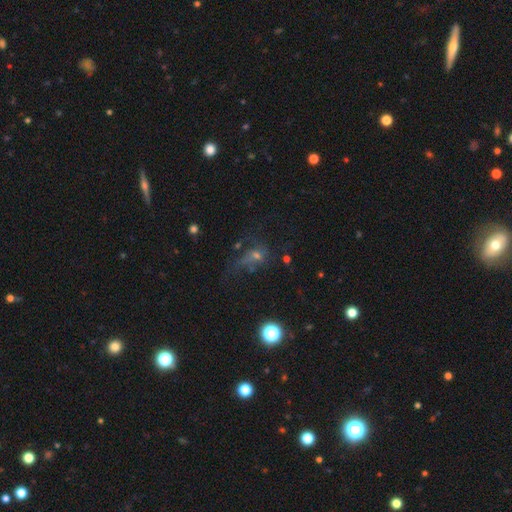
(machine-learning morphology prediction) This appears to be a smooth galaxy with no disk features (36%). Merging: none (40%).